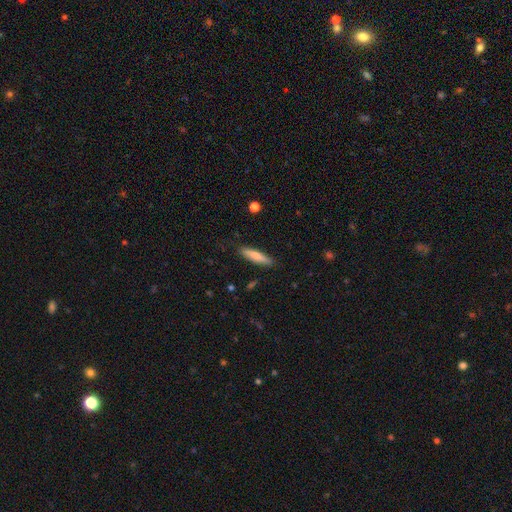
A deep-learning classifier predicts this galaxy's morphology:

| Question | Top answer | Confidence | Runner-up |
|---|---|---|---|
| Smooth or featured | smooth | 74% | featured or disk (20%) |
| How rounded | cigar-shaped | 81% | in between (18%) |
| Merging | none | 87% | minor disturbance (10%) |